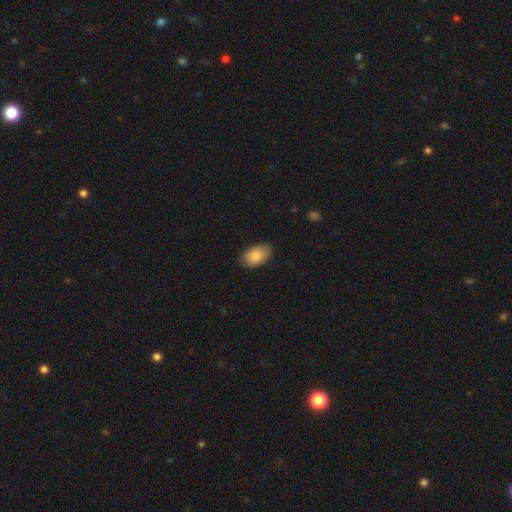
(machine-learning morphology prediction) Q: Smooth or featured?
A: smooth (84%); runner-up: featured or disk (10%)
Q: How rounded?
A: in between (92%); runner-up: round (7%)
Q: Merging?
A: none (83%); runner-up: minor disturbance (14%)